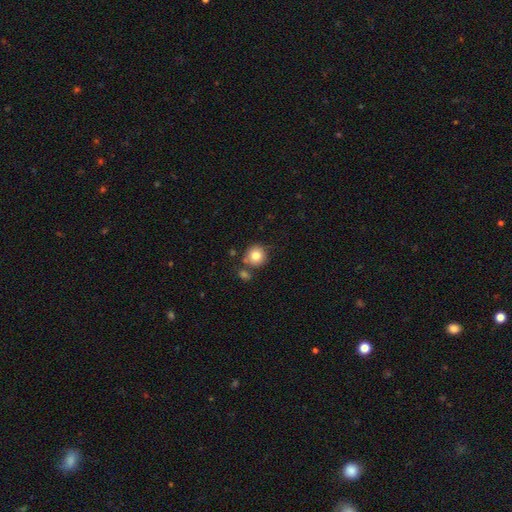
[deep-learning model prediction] Smooth or featured?
  - smooth: 80% *
  - star or artifact: 10%
  - featured or disk: 10%
How rounded?
  - round: 91% *
  - in between: 8%
  - cigar-shaped: 1%
Merging?
  - none: 71% *
  - merger: 14%
  - minor disturbance: 12%
  - major disturbance: 4%